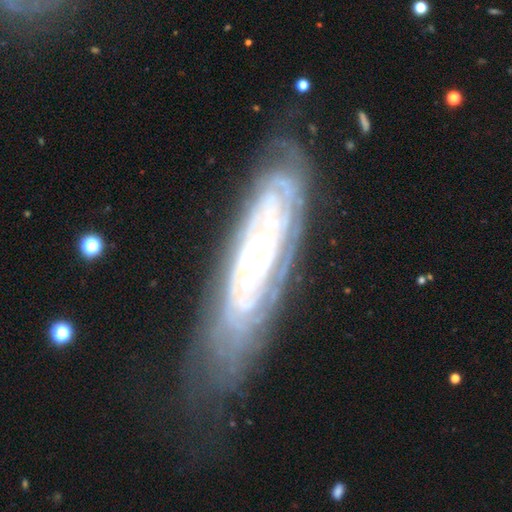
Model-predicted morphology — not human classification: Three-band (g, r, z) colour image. It shows a featured or disk galaxy (85%) with no bar (70%), tight (82%) spiral arms (92%) and a moderate central bulge (51%). Merging: none (70%).